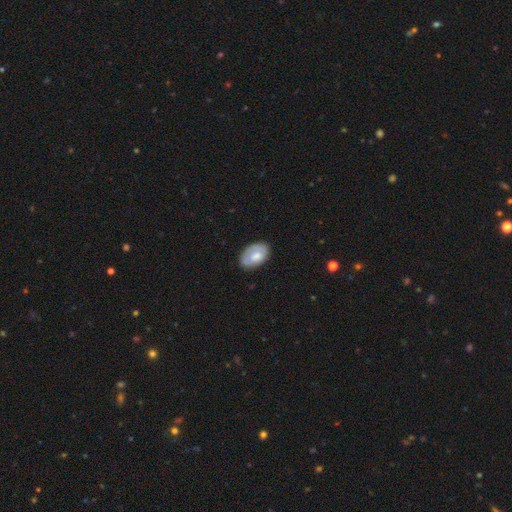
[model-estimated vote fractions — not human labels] Q: Smooth or featured?
A: smooth (66%); runner-up: featured or disk (28%)
Q: How rounded?
A: in between (91%); runner-up: round (7%)
Q: Merging?
A: none (69%); runner-up: minor disturbance (23%)